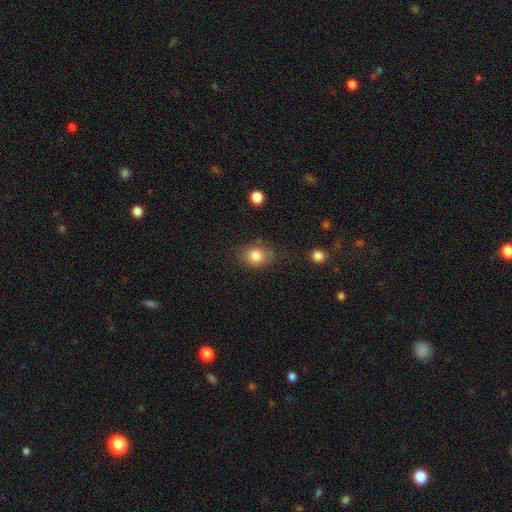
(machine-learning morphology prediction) This is clearly a smooth galaxy (83%). How rounded: likely round (60%). Merging: likely none (73%).